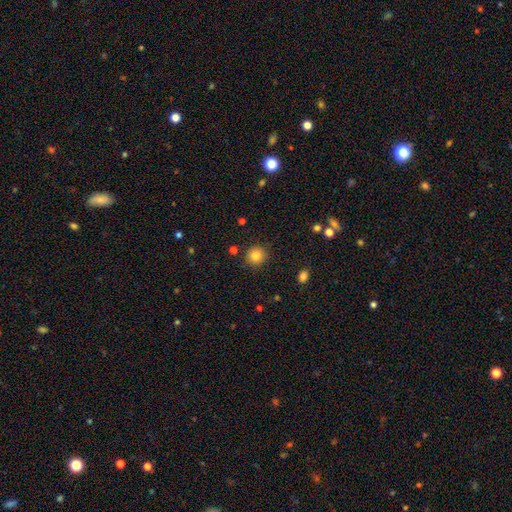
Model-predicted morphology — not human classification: A smooth galaxy with no disk features (82%) that is round (92%). Merging: none (89%).